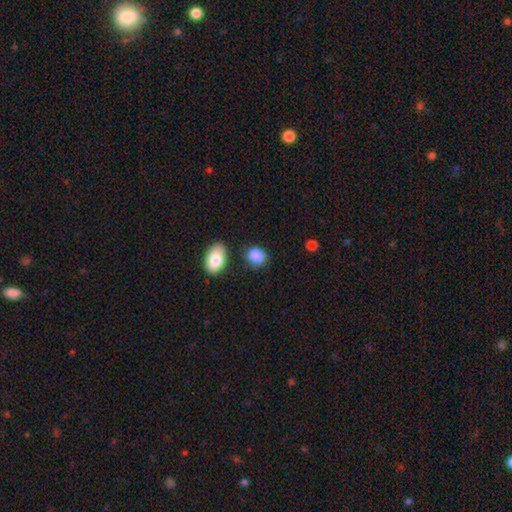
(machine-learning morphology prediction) This is clearly a smooth galaxy (86%). How rounded: possibly in between (59%). Merging: likely none (72%).